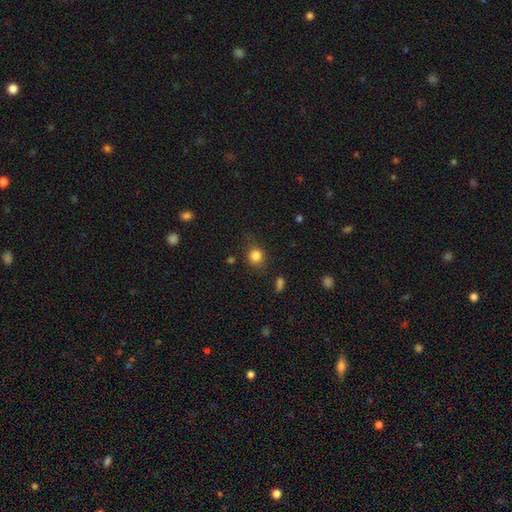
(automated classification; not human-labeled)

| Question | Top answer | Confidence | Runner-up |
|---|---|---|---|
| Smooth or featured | smooth | 83% | star or artifact (12%) |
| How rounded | round | 76% | in between (22%) |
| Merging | none | 77% | minor disturbance (15%) |